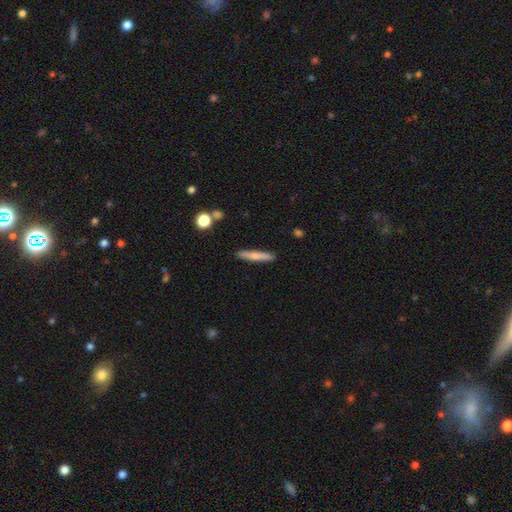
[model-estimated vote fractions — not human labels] Morphology: type=smooth (65%); roundness=cigar-shaped (92%); merging=none (88%).